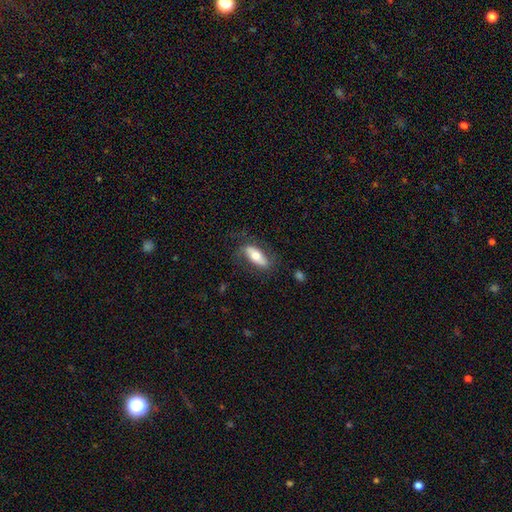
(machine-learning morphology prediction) This is possibly a smooth galaxy (56%). How rounded: likely in between (71%). Merging: likely none (69%).